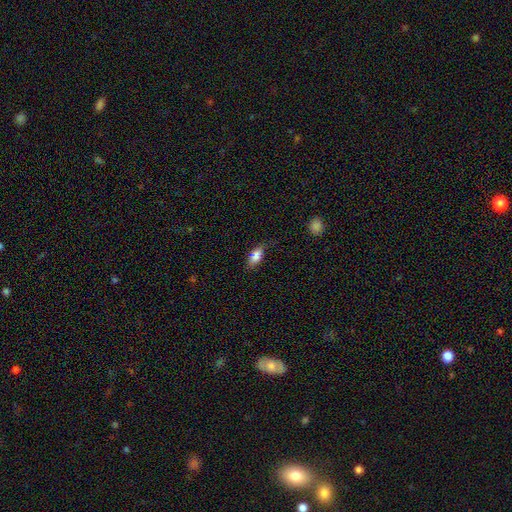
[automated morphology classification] Overall: smooth (76%). How rounded: in between (81%). Merging: none (66%).